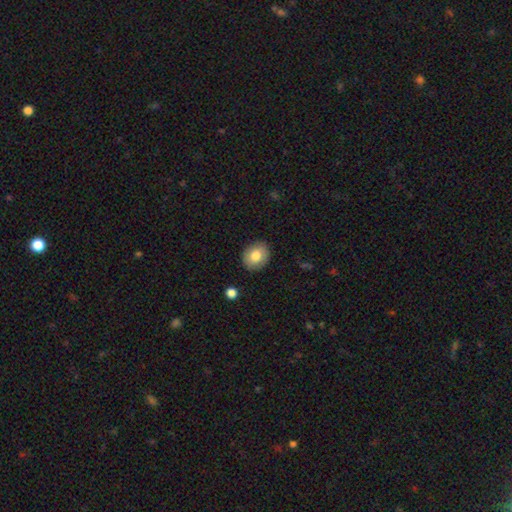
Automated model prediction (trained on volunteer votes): Smooth or featured?
  - smooth: 80% *
  - featured or disk: 13%
  - star or artifact: 8%
How rounded?
  - round: 56% *
  - in between: 43%
  - cigar-shaped: 1%
Merging?
  - none: 88% *
  - minor disturbance: 8%
  - major disturbance: 2%
  - merger: 1%